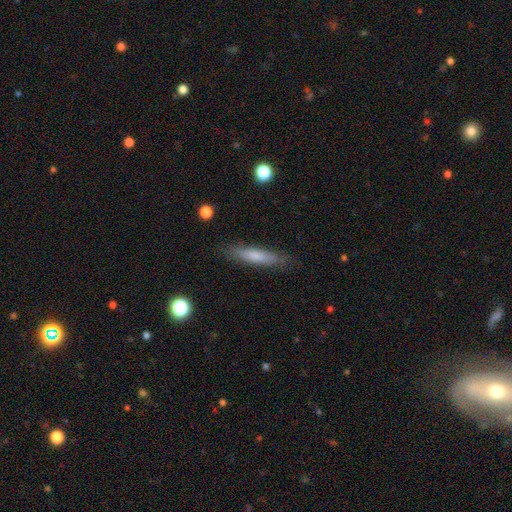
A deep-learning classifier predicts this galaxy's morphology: smooth_or_featured: smooth (p=0.70) [alt: featured or disk p=0.23]
how_rounded: cigar-shaped (p=0.87) [alt: in between p=0.11]
merging: none (p=0.85) [alt: minor disturbance p=0.11]